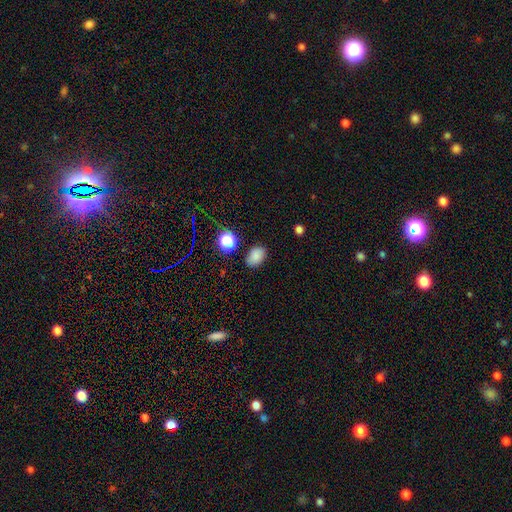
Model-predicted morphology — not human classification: Smooth or featured: smooth — 81% (star or artifact — 13%)
How rounded: in between — 79% (round — 20%)
Merging: none — 80% (minor disturbance — 14%)